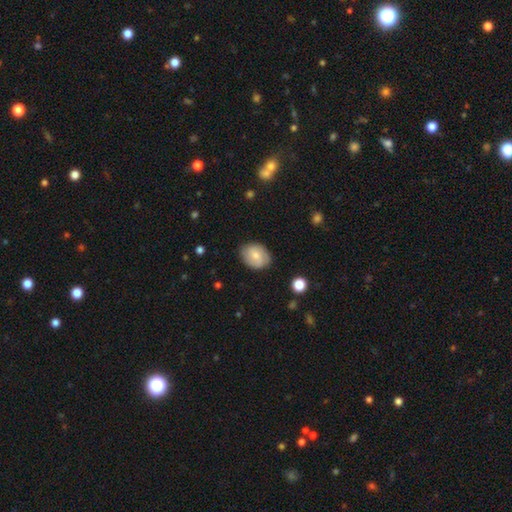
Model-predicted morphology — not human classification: smooth_or_featured: smooth (p=0.64) [alt: featured or disk p=0.29]
how_rounded: in between (p=0.67) [alt: round p=0.32]
merging: none (p=0.78) [alt: minor disturbance p=0.17]